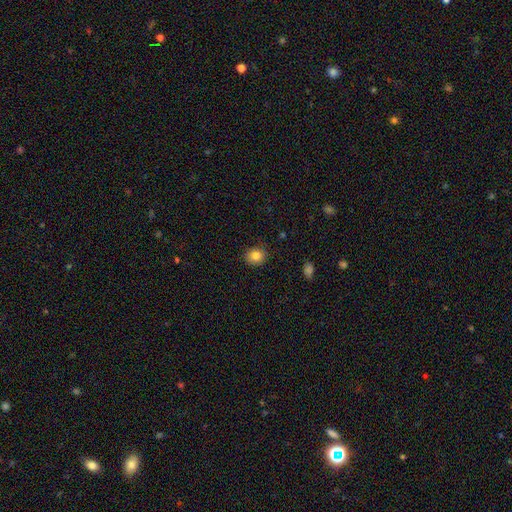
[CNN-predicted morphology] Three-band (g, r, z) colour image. It shows a smooth galaxy with no disk features (84%) that is round (75%). Merging: none (87%).